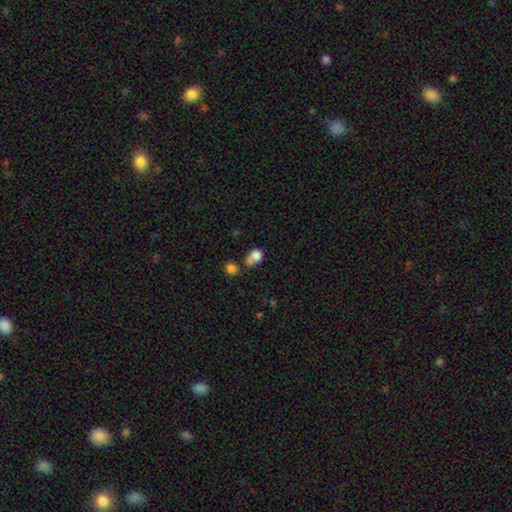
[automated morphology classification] A smooth galaxy with no disk features (80%) that is round (60%).

Vote fractions:
- Smooth or featured? smooth: 80% / star or artifact: 10% / featured or disk: 9%
- How rounded? round: 60% / in between: 39% / cigar-shaped: 1%
- Merging? merger: 44% / none: 32% / minor disturbance: 15% / major disturbance: 9%